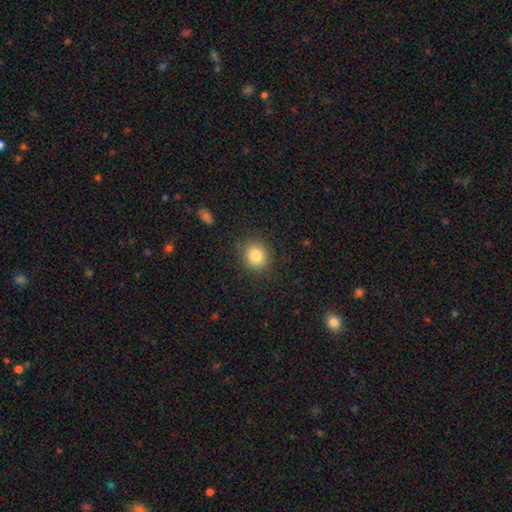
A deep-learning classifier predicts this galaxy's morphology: A smooth galaxy with no disk features (83%) that is round (81%).

Vote fractions:
- Smooth or featured? smooth: 83% / star or artifact: 10% / featured or disk: 7%
- How rounded? round: 81% / in between: 18% / cigar-shaped: 1%
- Merging? none: 86% / minor disturbance: 10% / major disturbance: 3% / merger: 1%